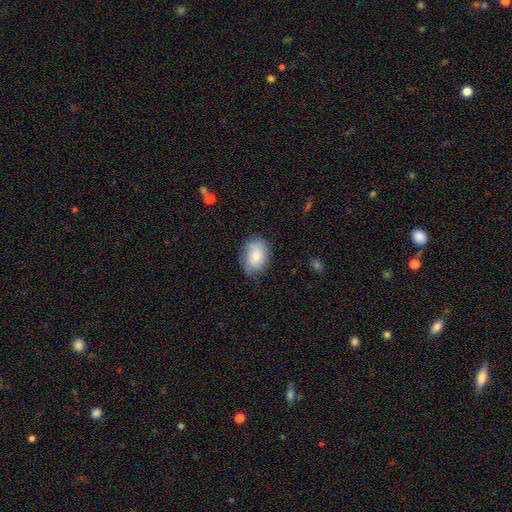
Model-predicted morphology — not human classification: type=smooth (78%); roundness=in between (80%); merging=none (72%).